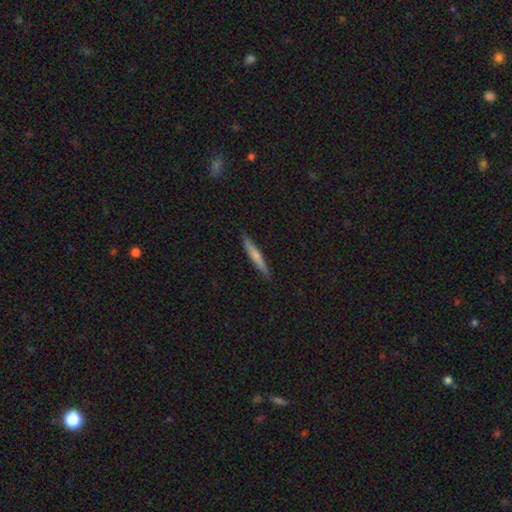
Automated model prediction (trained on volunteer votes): This appears to be a smooth galaxy with no disk features (63%) that is cigar-shaped (94%). Merging: none (88%).